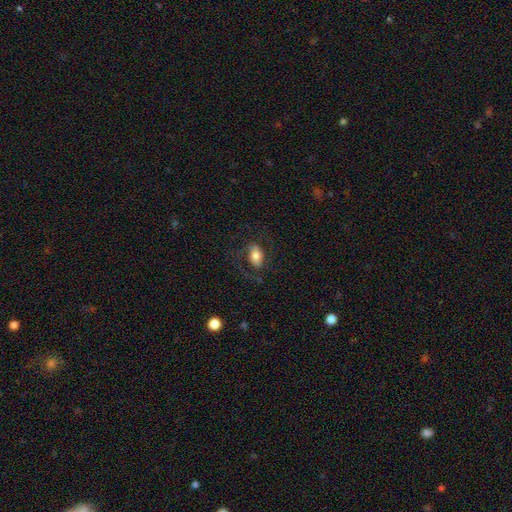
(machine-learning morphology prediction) Smooth or featured? smooth (66%)
How rounded? in between (89%)
Merging? none (67%)